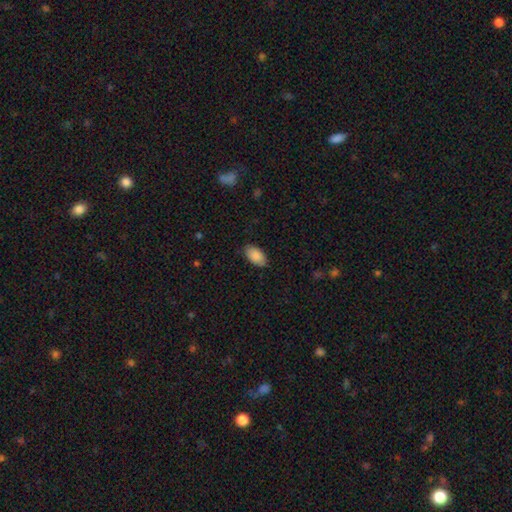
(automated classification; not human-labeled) This is clearly a smooth galaxy (88%). How rounded: clearly in between (95%). Merging: clearly none (85%).